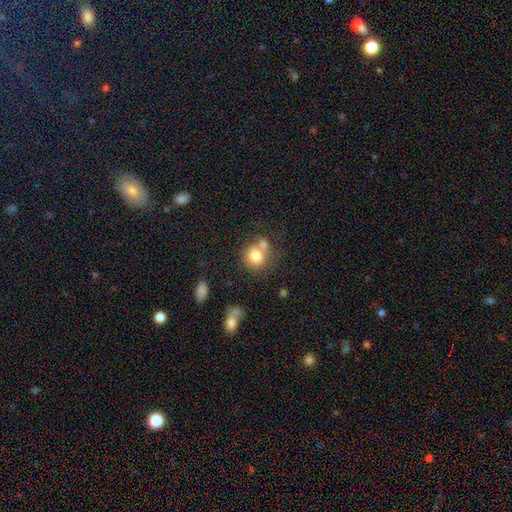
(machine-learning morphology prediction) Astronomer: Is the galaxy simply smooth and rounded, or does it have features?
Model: smooth — 78%.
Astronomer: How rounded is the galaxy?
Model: round — 81%.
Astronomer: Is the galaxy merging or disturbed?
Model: none — 47% (runner-up: merger, 35%).